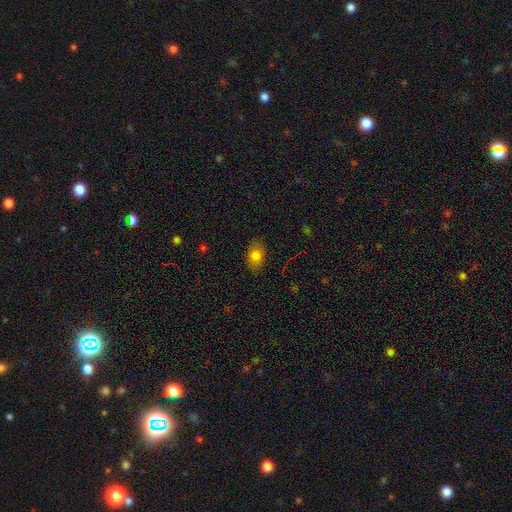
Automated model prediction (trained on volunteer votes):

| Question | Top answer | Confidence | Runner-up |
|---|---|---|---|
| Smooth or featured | smooth | 80% | star or artifact (11%) |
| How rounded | in between | 82% | round (16%) |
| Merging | none | 84% | minor disturbance (12%) |